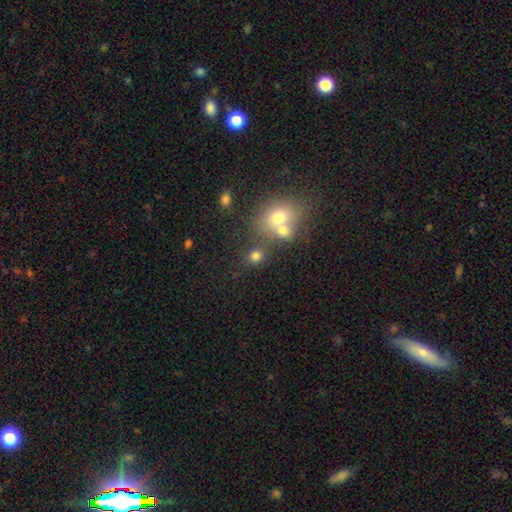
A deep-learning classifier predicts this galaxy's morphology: Smooth or featured? smooth (75%)
How rounded? round (74%)
Merging? none (58%)